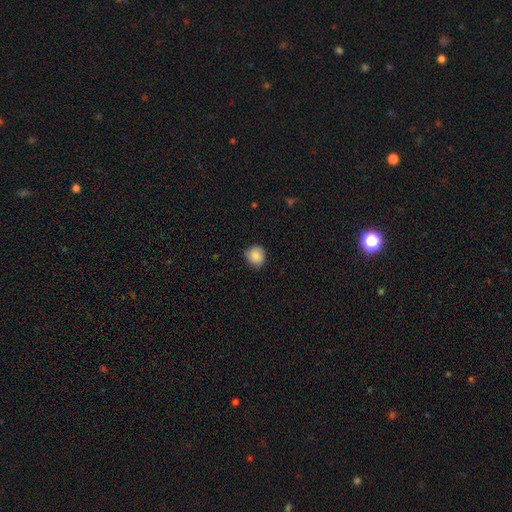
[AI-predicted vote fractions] smooth-or-featured: smooth: 86% | star or artifact: 8% | featured or disk: 6%
  how-rounded: round: 85% | in between: 14% | cigar-shaped: 1%
  merging: none: 81% | minor disturbance: 16% | major disturbance: 3% | merger: 1%